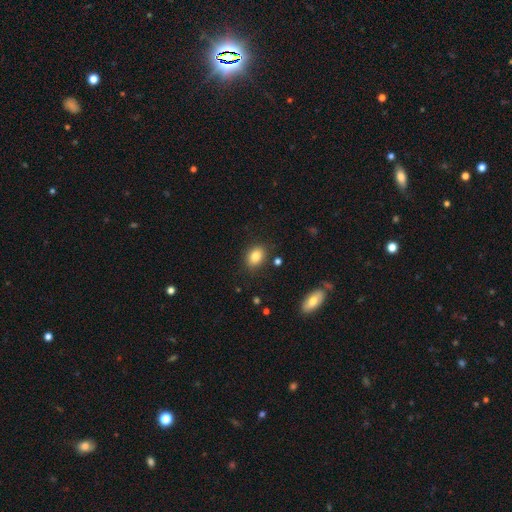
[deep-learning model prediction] Smooth or featured? Predicted: smooth (p=0.83). How rounded? Predicted: in between (p=0.75). Merging? Predicted: none (p=0.84).